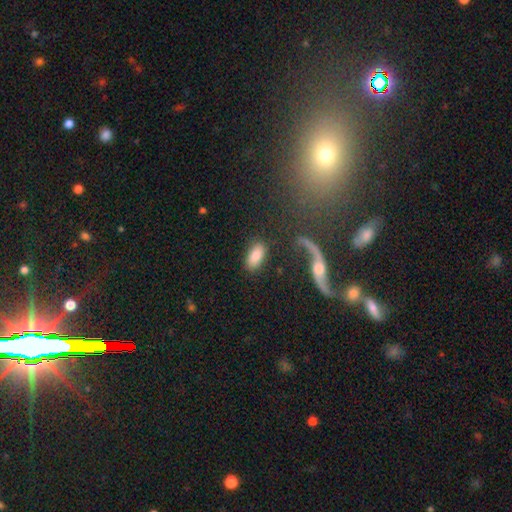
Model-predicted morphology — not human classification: Smooth or featured? Predicted: smooth (p=0.83). How rounded? Predicted: in between (p=0.92). Merging? Predicted: none (p=0.78).